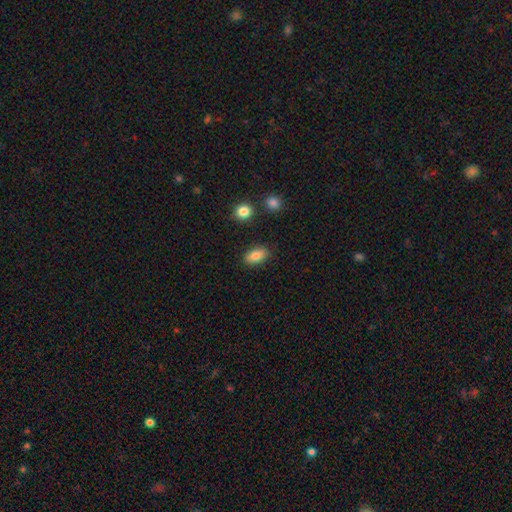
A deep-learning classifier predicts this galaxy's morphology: smooth 84%, featured or disk 8%, star or artifact 8%. Down the decision tree: how rounded — in between (89%); merging — none (86%).